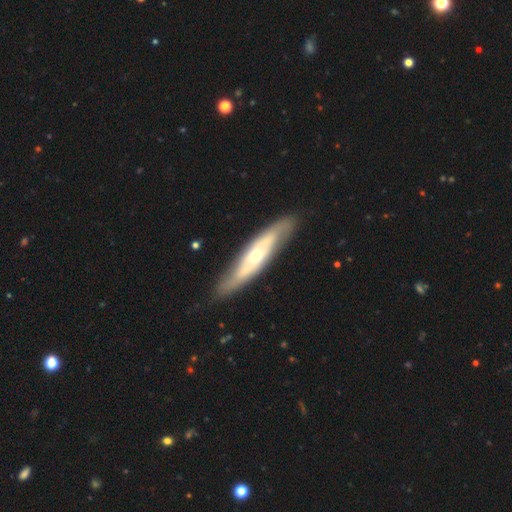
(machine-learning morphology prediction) Smooth or featured?
  - featured or disk: 64% *
  - smooth: 31%
  - star or artifact: 5%
Edge-on disk?
  - no: 53% *
  - yes: 47%
Merging?
  - none: 82% *
  - minor disturbance: 13%
  - major disturbance: 4%
  - merger: 2%